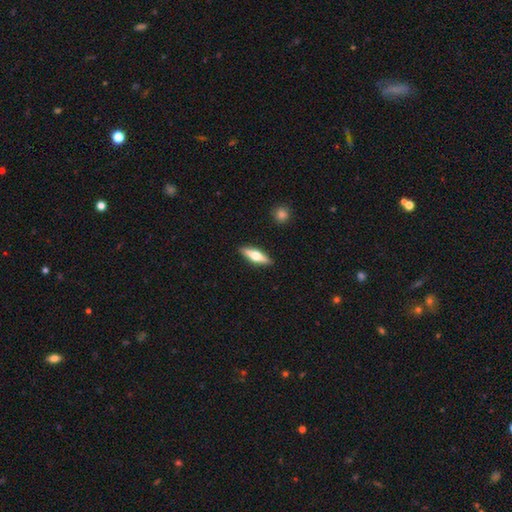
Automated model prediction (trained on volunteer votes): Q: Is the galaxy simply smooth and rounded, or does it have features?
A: featured or disk — 52%.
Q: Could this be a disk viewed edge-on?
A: yes — 93%.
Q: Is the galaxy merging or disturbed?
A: none — 89%.